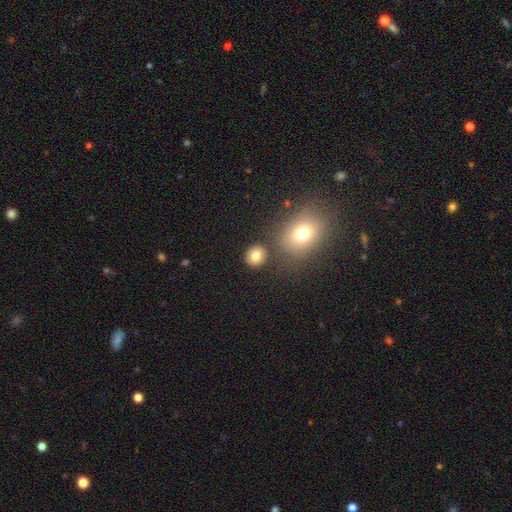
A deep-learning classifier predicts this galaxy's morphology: The model was most divided on "how rounded": round: 81%, in between: 18%, cigar-shaped: 1%. More confident: merging — none (82%); smooth or featured — smooth (81%).